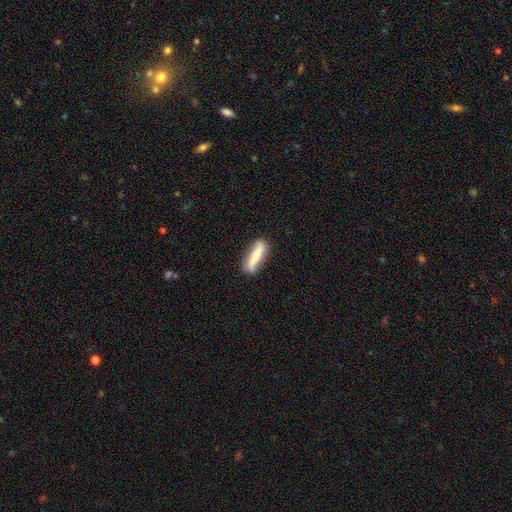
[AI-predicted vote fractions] smooth-or-featured: smooth: 58% | featured or disk: 36% | star or artifact: 6%
  how-rounded: cigar-shaped: 70% | in between: 28% | round: 2%
  merging: none: 79% | minor disturbance: 16% | major disturbance: 3% | merger: 2%